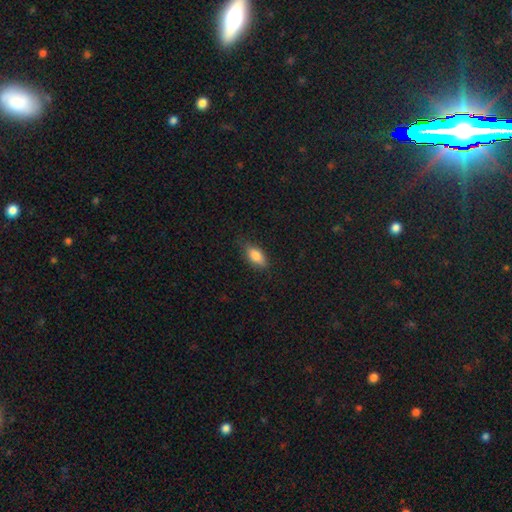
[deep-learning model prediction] This is clearly a smooth galaxy (82%). How rounded: clearly in between (86%). Merging: likely none (75%).